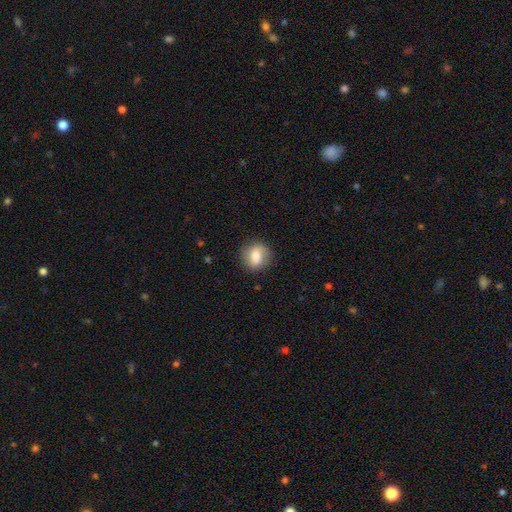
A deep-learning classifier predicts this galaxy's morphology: Smooth or featured? Predicted: smooth (p=0.73). How rounded? Predicted: round (p=0.77). Merging? Predicted: none (p=0.82).